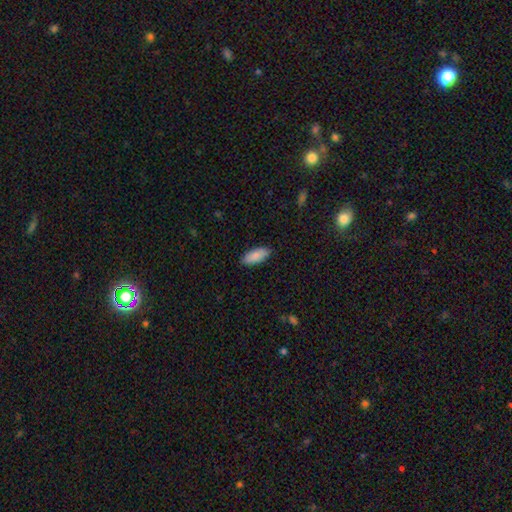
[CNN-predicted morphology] Smooth or featured? smooth (87%)
How rounded? in between (81%)
Merging? none (87%)